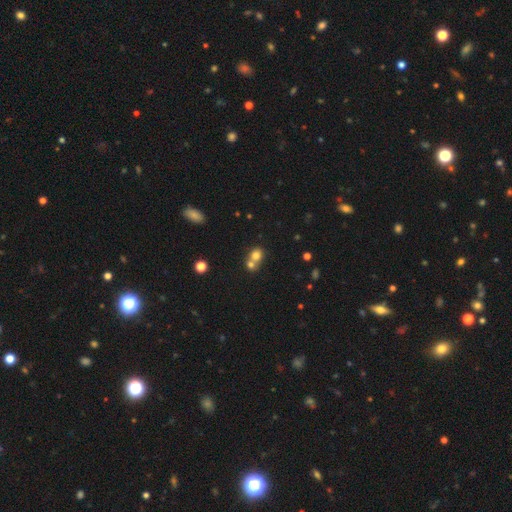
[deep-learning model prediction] Overall: smooth (75%). How rounded: round (75%). Merging: merger (58%; none 34%).